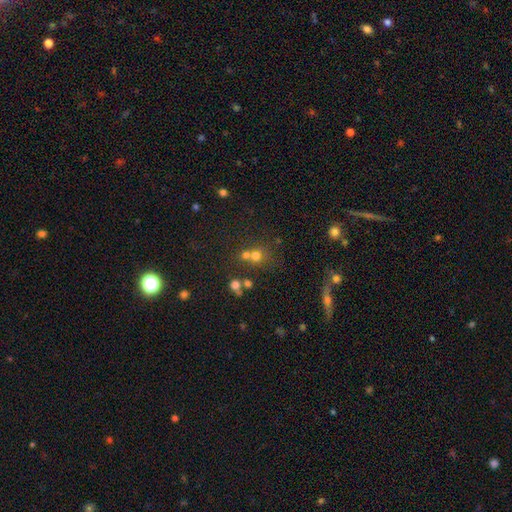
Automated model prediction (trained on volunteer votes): This is likely a smooth galaxy (66%). How rounded: clearly round (85%). Merging: possibly none (49%).